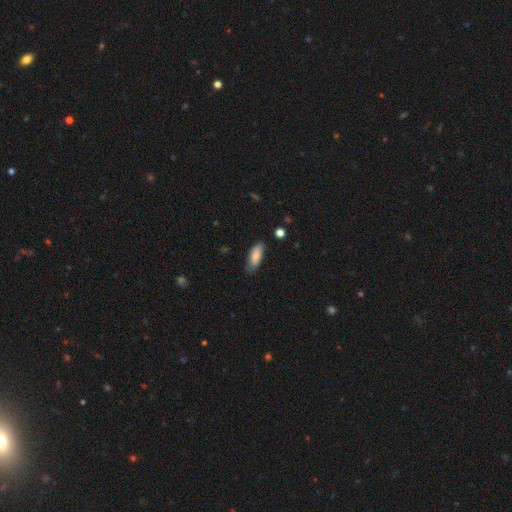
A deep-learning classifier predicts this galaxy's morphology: smooth 83%, featured or disk 11%, star or artifact 6%. Down the decision tree: how rounded — in between (75%); merging — none (72%).